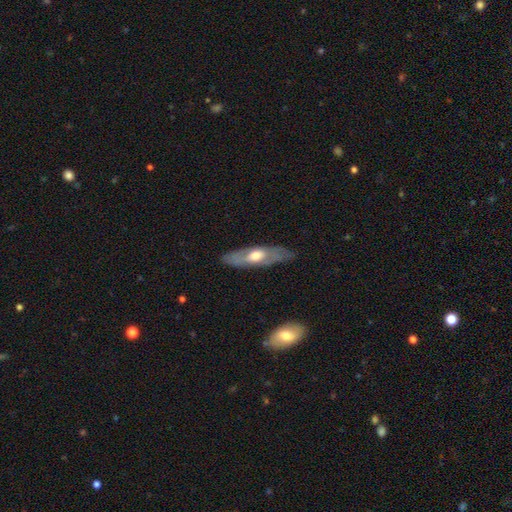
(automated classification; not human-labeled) smooth-or-featured: featured or disk: 58% | smooth: 37% | star or artifact: 5%
  disk-edge-on: no: 53% | yes: 47%
  merging: none: 79% | minor disturbance: 16% | major disturbance: 4% | merger: 1%